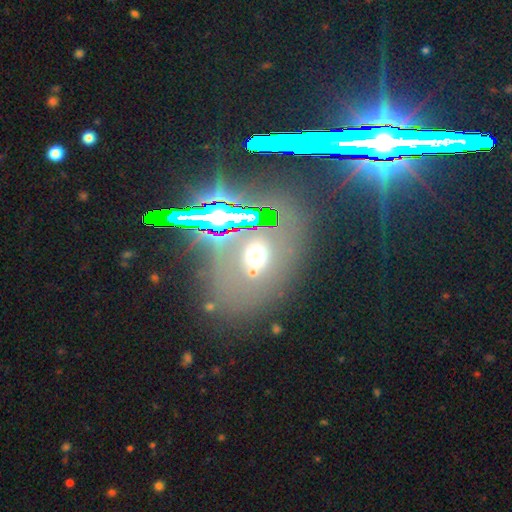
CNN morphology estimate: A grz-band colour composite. It shows a smooth galaxy with no disk features (45%). Merging: none (61%).